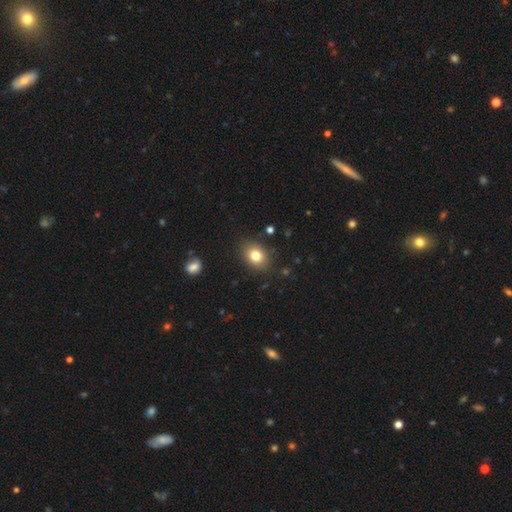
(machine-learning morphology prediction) Smooth or featured?
  - smooth: 80% *
  - star or artifact: 11%
  - featured or disk: 9%
How rounded?
  - in between: 59% *
  - round: 40%
  - cigar-shaped: 1%
Merging?
  - none: 86% *
  - minor disturbance: 10%
  - major disturbance: 3%
  - merger: 1%